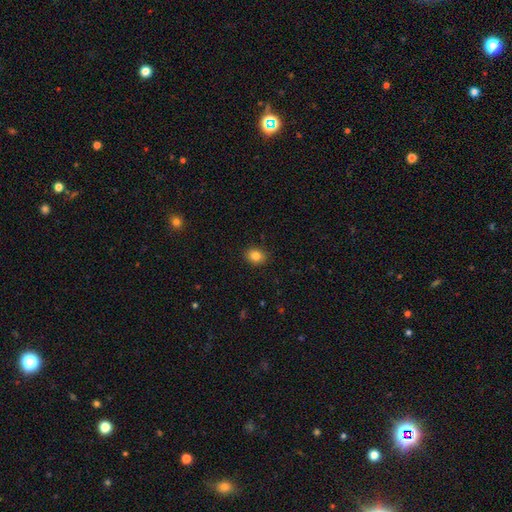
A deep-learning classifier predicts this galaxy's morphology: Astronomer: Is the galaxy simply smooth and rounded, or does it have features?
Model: smooth — 83%.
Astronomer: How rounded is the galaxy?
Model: round — 53% (runner-up: in between, 46%).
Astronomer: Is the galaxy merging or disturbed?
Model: none — 90%.